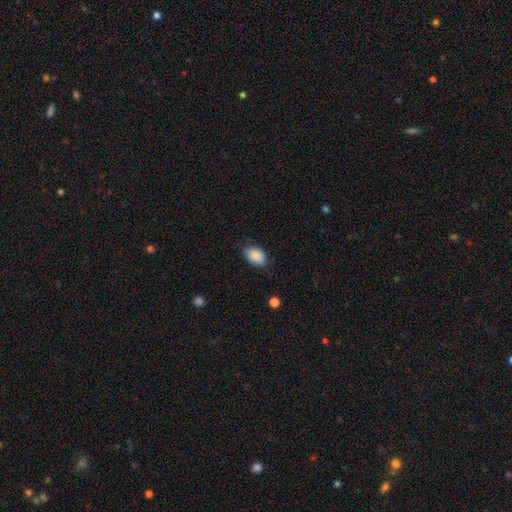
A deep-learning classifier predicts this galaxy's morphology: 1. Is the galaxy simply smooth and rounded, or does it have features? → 89% smooth, 7% star or artifact, 4% featured or disk.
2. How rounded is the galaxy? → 88% in between, 11% round, 1% cigar-shaped.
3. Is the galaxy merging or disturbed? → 79% none, 16% minor disturbance, 3% major disturbance, 1% merger.